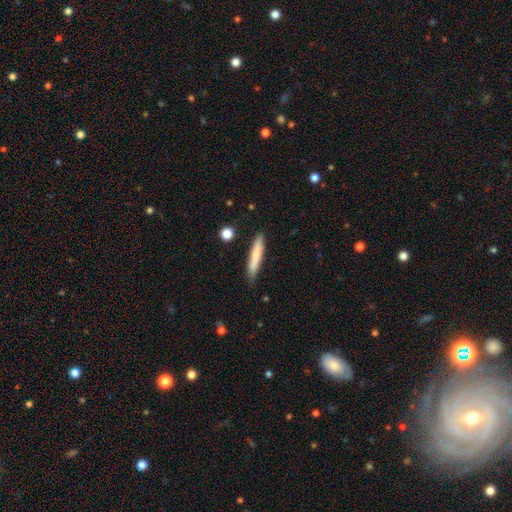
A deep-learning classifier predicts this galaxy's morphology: Smooth or featured?
  - smooth: 75% *
  - featured or disk: 19%
  - star or artifact: 6%
How rounded?
  - cigar-shaped: 92% *
  - in between: 7%
  - round: 1%
Merging?
  - none: 84% *
  - minor disturbance: 12%
  - major disturbance: 2%
  - merger: 2%